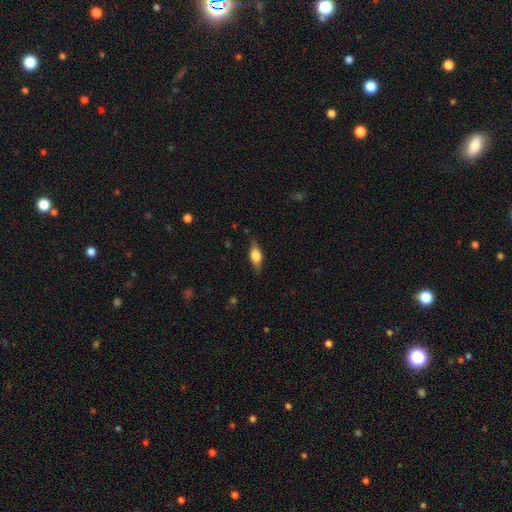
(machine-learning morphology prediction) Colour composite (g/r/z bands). It shows a smooth galaxy with no disk features (54%) that is in between round and cigar-shaped (72%). Merging: none (80%).